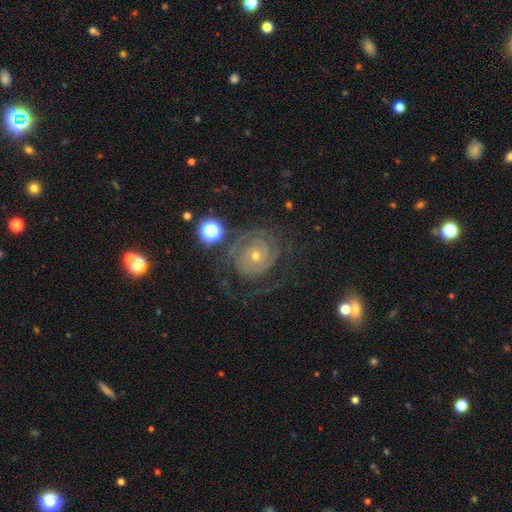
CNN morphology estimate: This is clearly a featured or disk galaxy (82%). It is clearly not viewed edge-on (97%). Bar: likely no (76%). Spiral arm pattern: clearly yes (93%). Spiral arm count: marginally 2 (40%). Spiral winding: likely tight (72%). Central bulge: likely small (65%). Merging: likely none (67%).